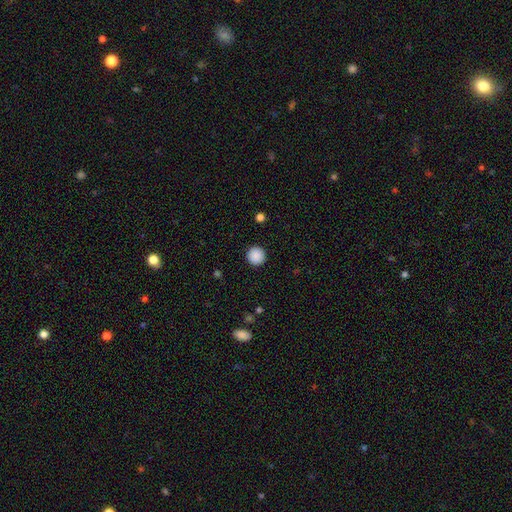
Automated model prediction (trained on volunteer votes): A smooth galaxy with no disk features (89%) that is round (96%). Merging: none (93%).